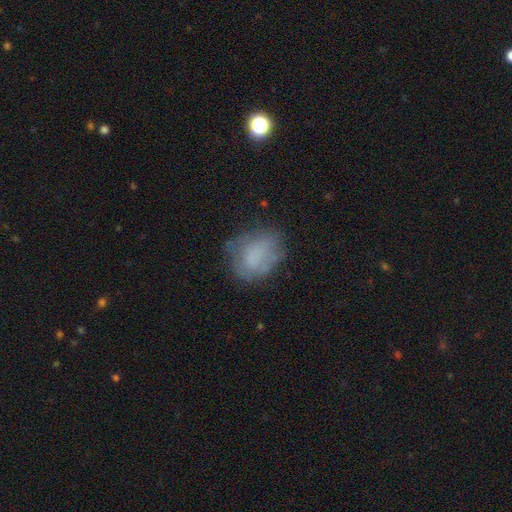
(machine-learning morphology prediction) smooth 66%, featured or disk 24%, star or artifact 10%. Down the decision tree: how rounded — in between (56%); merging — none (58%).